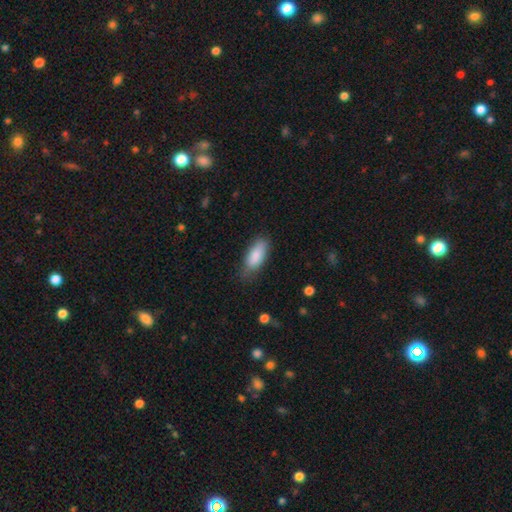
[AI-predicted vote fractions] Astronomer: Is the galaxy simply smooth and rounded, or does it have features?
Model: smooth — 86%.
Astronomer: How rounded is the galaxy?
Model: in between — 78%.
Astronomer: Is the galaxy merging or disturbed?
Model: none — 68%.